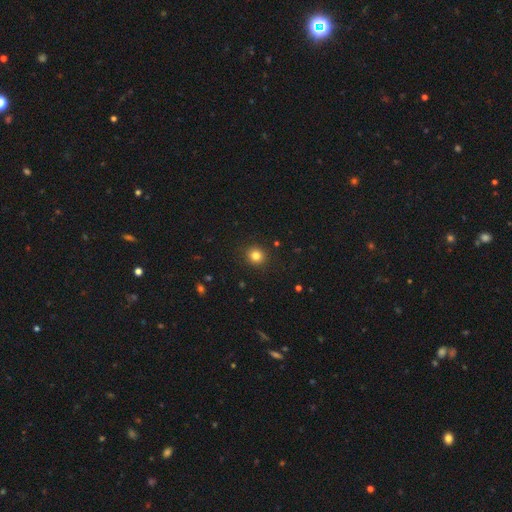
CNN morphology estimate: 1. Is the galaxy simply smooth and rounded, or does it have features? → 82% smooth, 13% star or artifact, 6% featured or disk.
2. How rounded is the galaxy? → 89% round, 10% in between, 1% cigar-shaped.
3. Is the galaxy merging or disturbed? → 91% none, 6% minor disturbance, 2% major disturbance, 1% merger.